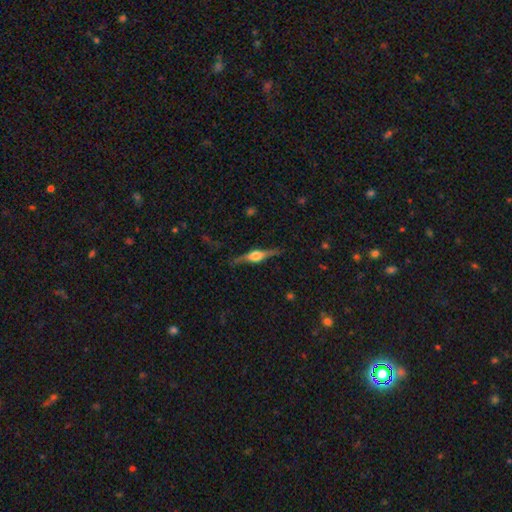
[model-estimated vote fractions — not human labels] Smooth or featured: featured or disk — 77% (smooth — 17%)
Edge-on disk: yes — 97% (no — 3%)
Edge-on bulge: rounded — 91% (boxy — 8%)
Merging: none — 84% (minor disturbance — 11%)